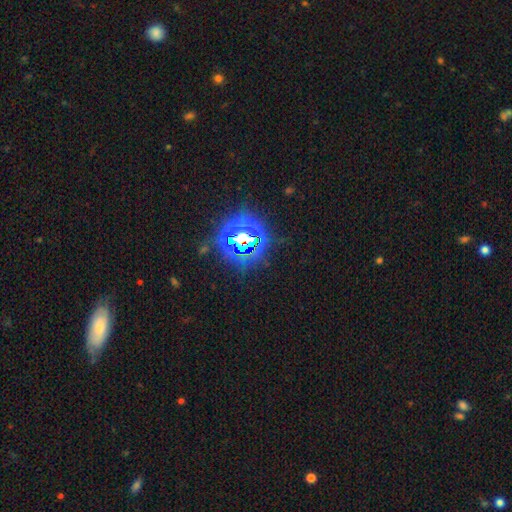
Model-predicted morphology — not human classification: This is clearly a star or artifact rather than a galaxy (80%).